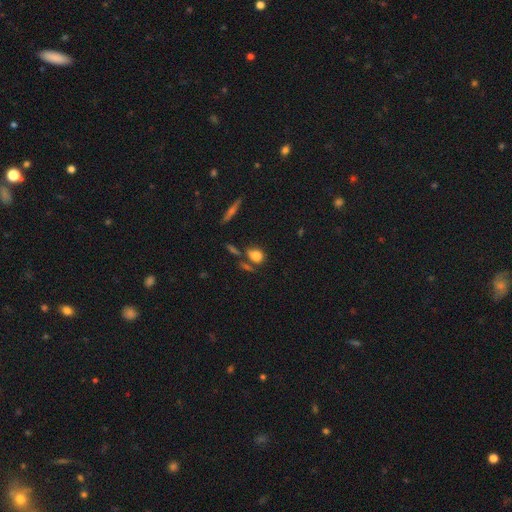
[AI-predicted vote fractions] Smooth or featured?
  - smooth: 79% *
  - star or artifact: 11%
  - featured or disk: 10%
How rounded?
  - round: 52% *
  - in between: 44%
  - cigar-shaped: 4%
Merging?
  - none: 60% *
  - merger: 18%
  - minor disturbance: 16%
  - major disturbance: 6%